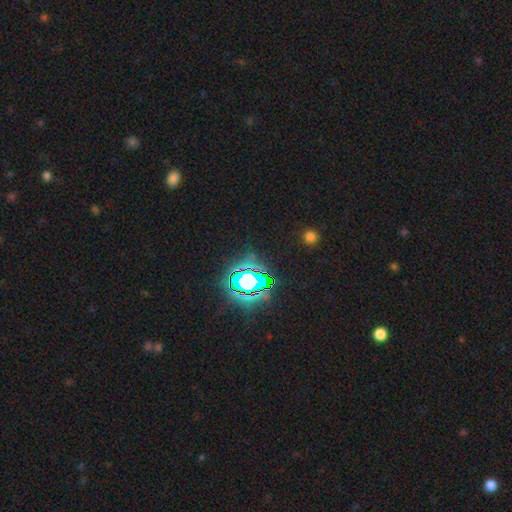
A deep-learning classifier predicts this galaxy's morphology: A star or artifact, not a galaxy (82%).

Vote fractions:
- Smooth or featured? star or artifact: 82% / smooth: 12% / featured or disk: 7%